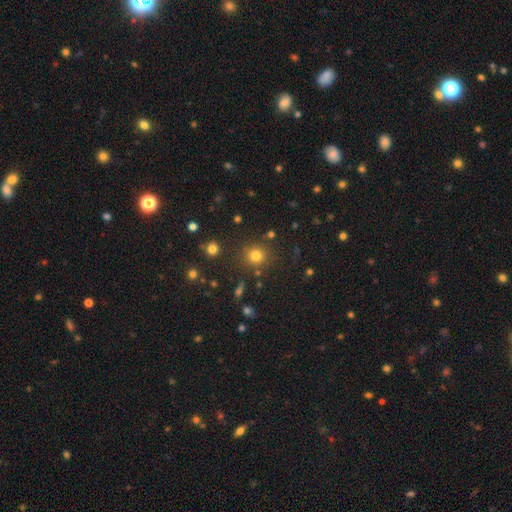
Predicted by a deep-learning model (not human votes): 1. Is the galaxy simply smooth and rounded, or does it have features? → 78% smooth, 16% star or artifact, 6% featured or disk.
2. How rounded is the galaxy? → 90% round, 9% in between, 1% cigar-shaped.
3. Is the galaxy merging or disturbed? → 84% none, 8% minor disturbance, 4% merger, 3% major disturbance.